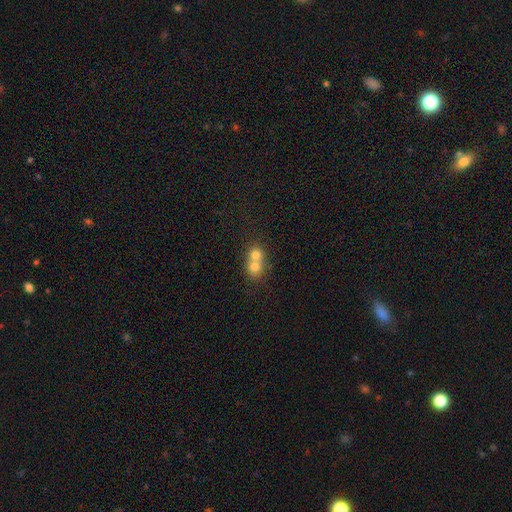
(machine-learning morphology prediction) Smooth or featured? smooth (73%)
How rounded? round (80%)
Merging? merger (70%)